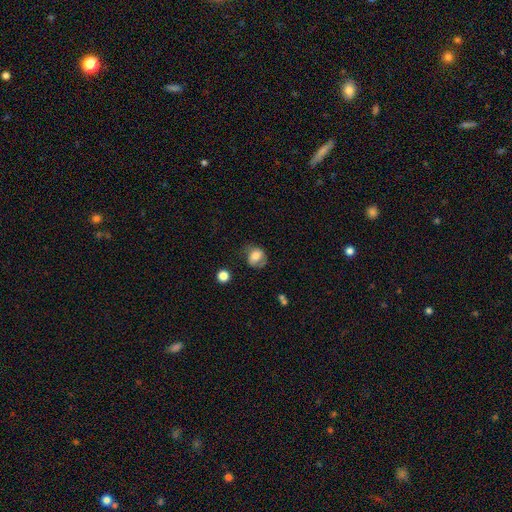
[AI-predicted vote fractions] Smooth or featured? smooth (71%)
How rounded? round (59%)
Merging? none (51%)